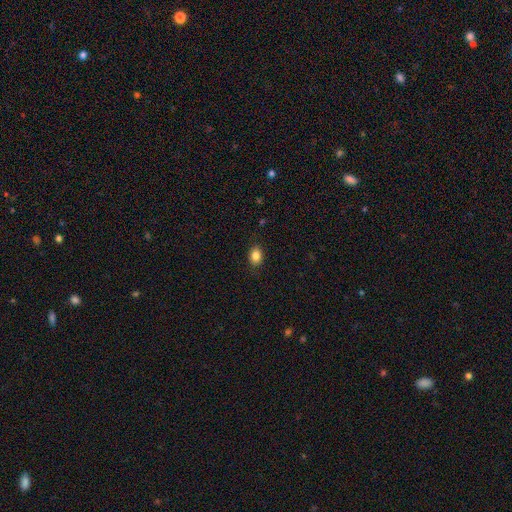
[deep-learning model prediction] A smooth galaxy with no disk features (86%) that is in between round and cigar-shaped (69%). Merging: none (85%).